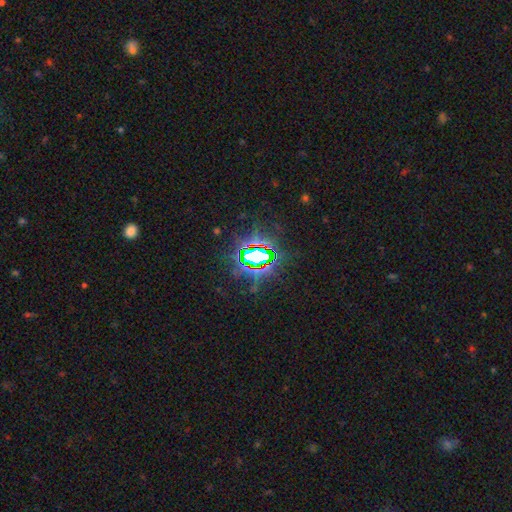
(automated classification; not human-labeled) Smooth or featured?
  - star or artifact: 83% *
  - smooth: 10%
  - featured or disk: 8%